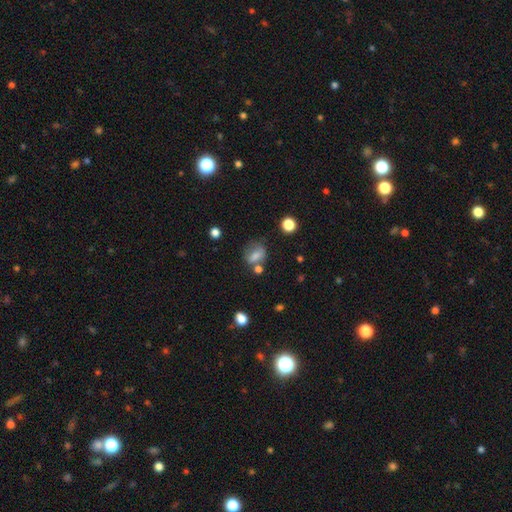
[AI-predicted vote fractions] This appears to be a smooth galaxy with no disk features (72%) that is in between round and cigar-shaped (59%). Merging: none (49%).